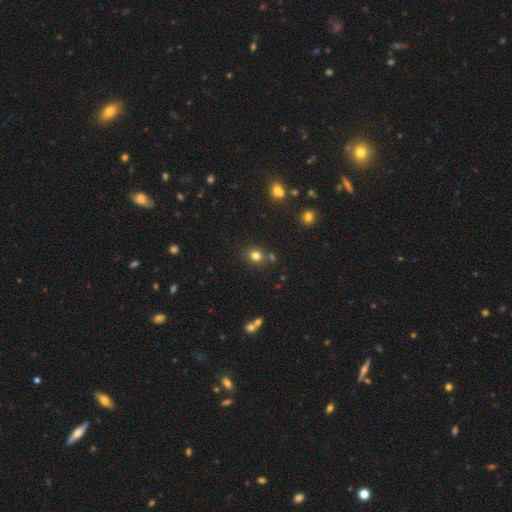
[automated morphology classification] A smooth galaxy with no disk features (77%) that is round (79%).

Vote fractions:
- Smooth or featured? smooth: 77% / star or artifact: 16% / featured or disk: 7%
- How rounded? round: 79% / in between: 21% / cigar-shaped: 1%
- Merging? none: 77% / merger: 10% / minor disturbance: 9% / major disturbance: 3%